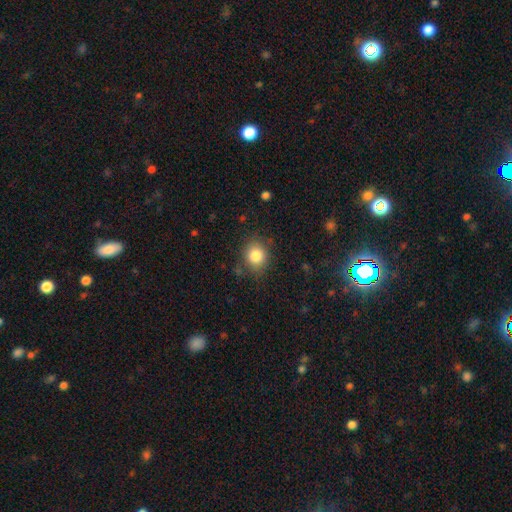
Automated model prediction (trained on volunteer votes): A smooth galaxy with no disk features (83%) that is round (72%).

Vote fractions:
- Smooth or featured? smooth: 83% / star or artifact: 10% / featured or disk: 7%
- How rounded? round: 72% / in between: 28% / cigar-shaped: 1%
- Merging? none: 81% / minor disturbance: 13% / major disturbance: 4% / merger: 2%